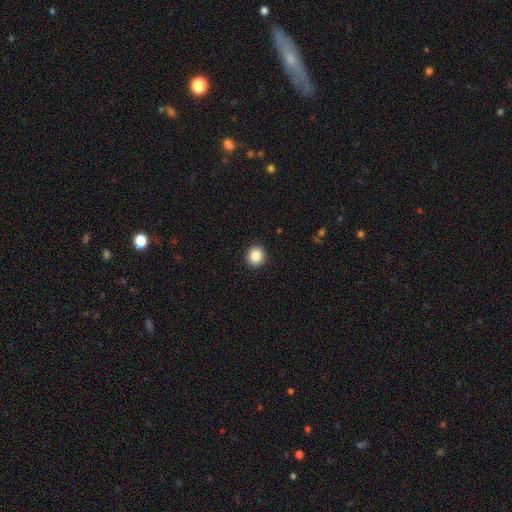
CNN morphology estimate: type=smooth (87%); roundness=round (89%); merging=none (92%).